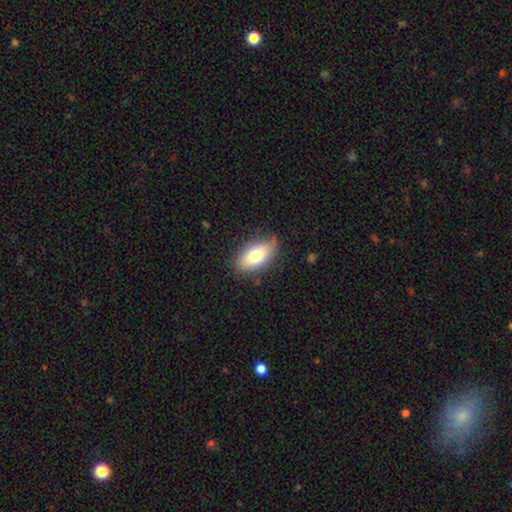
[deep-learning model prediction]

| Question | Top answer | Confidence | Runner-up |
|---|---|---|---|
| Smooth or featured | smooth | 76% | featured or disk (17%) |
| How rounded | in between | 91% | cigar-shaped (5%) |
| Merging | none | 79% | minor disturbance (16%) |